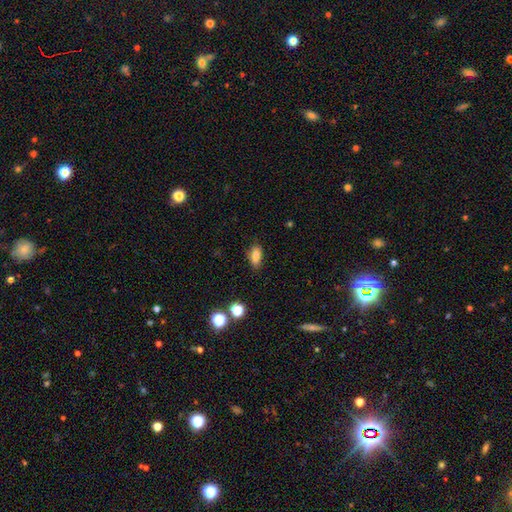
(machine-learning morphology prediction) A smooth galaxy with no disk features (78%) that is in between round and cigar-shaped (83%). Merging: none (73%).